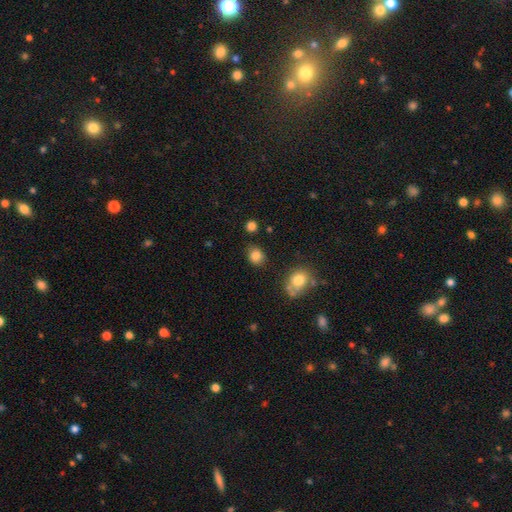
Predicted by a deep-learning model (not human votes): smooth-or-featured: smooth: 83% | star or artifact: 11% | featured or disk: 5%
  how-rounded: round: 68% | in between: 31% | cigar-shaped: 1%
  merging: none: 81% | minor disturbance: 12% | merger: 4% | major disturbance: 3%